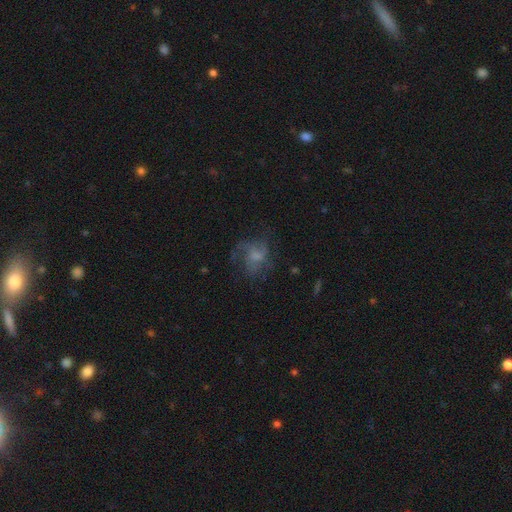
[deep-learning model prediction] This appears to be a featured or disk galaxy (51%). Merging: none (48%).